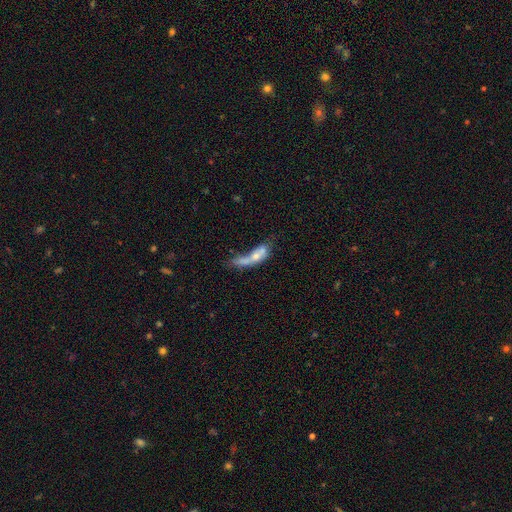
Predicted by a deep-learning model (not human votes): Smooth or featured: smooth — 53% (featured or disk — 37%)
How rounded: in between — 48% (cigar-shaped — 45%)
Merging: merger — 50% (major disturbance — 21%)